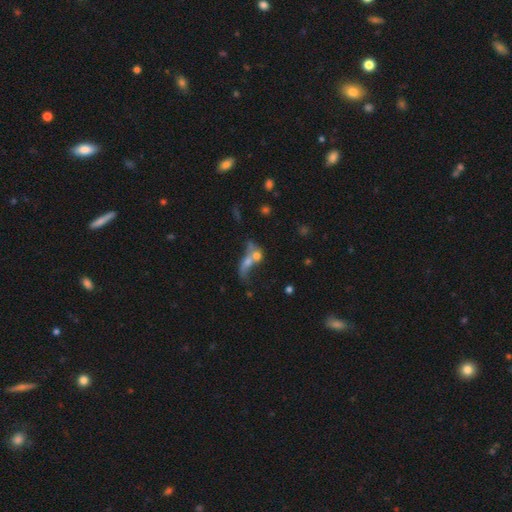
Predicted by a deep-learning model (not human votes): Smooth or featured: smooth — 49% (featured or disk — 38%)
Merging: merger — 65% (none — 15%)